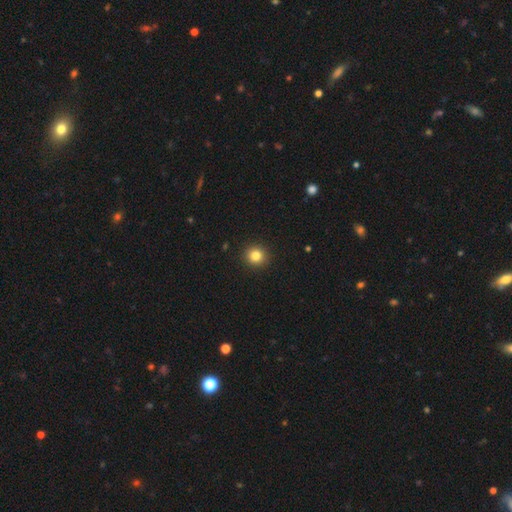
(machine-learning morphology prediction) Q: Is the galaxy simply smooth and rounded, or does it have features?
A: smooth — 83%.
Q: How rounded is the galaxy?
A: round — 93%.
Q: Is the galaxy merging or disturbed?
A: none — 93%.